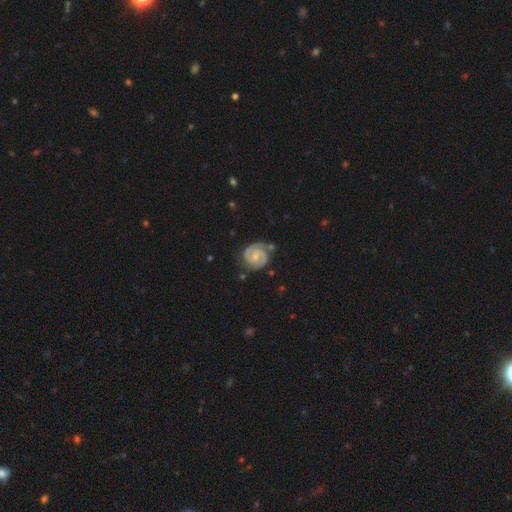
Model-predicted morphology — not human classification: smooth-or-featured: featured or disk: 90% | smooth: 6% | star or artifact: 5%
  disk-edge-on: no: 98% | yes: 2%
    bar: no: 50% | weak: 40% | strong: 11%
    has-spiral-arms: yes: 98% | no: 2%
      spiral-winding: tight: 65% | medium: 31% | loose: 3%
      spiral-arm-count: 2: 91% | 3: 3% | can't tell: 2% | 1: 1% | 4: 1% | more than 4: 1%
    bulge-size: small: 46% | moderate: 35% | none: 16% | large: 2% | dominant: 1%
  merging: none: 77% | minor disturbance: 15% | major disturbance: 4% | merger: 3%